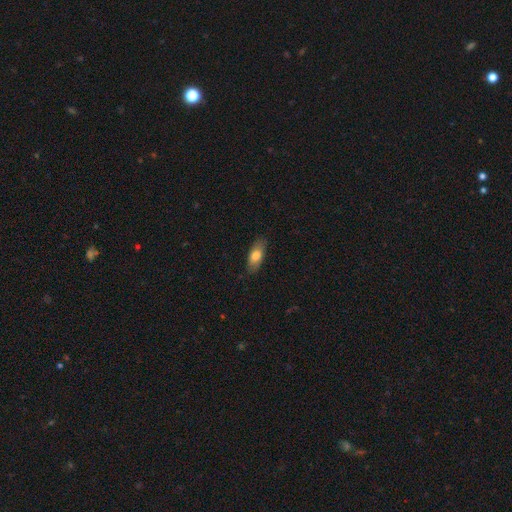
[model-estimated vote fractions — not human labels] Smooth or featured?
  - smooth: 75% *
  - featured or disk: 19%
  - star or artifact: 6%
How rounded?
  - in between: 80% *
  - cigar-shaped: 18%
  - round: 3%
Merging?
  - none: 84% *
  - minor disturbance: 13%
  - major disturbance: 2%
  - merger: 1%